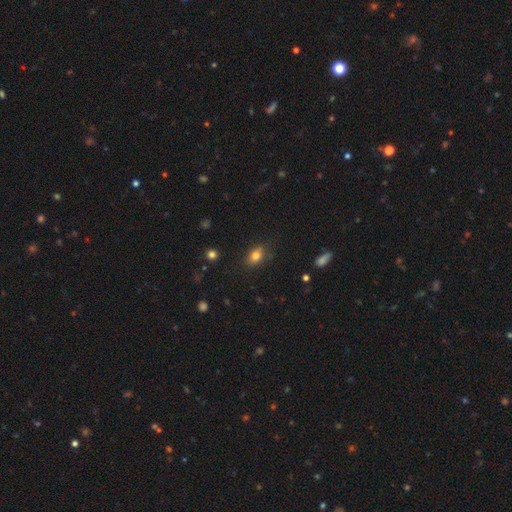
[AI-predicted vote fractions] A smooth galaxy with no disk features (79%) that is in between round and cigar-shaped (76%). Merging: none (78%).